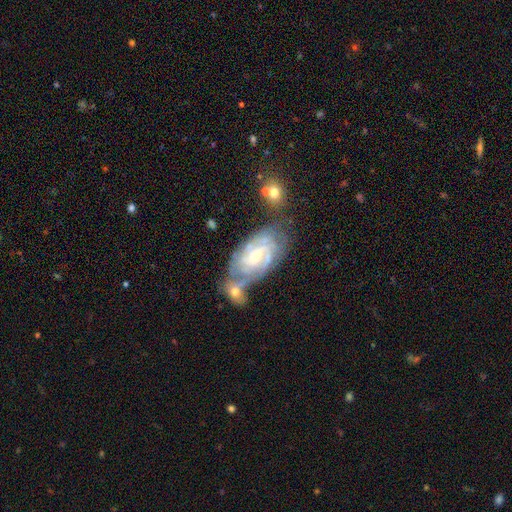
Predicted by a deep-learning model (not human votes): smooth_or_featured: featured or disk (p=0.80) [alt: smooth p=0.12]
disk_edge_on: no (p=0.95) [alt: yes p=0.05]
bar: weak (p=0.45) [alt: no p=0.43]
has_spiral_arms: yes (p=0.94) [alt: no p=0.06]
spiral_winding: tight (p=0.66) [alt: medium p=0.27]
spiral_arm_count: can't tell (p=0.39) [alt: 2 p=0.27]
bulge_size: small (p=0.56) [alt: moderate p=0.35]
merging: none (p=0.44) [alt: merger p=0.29]